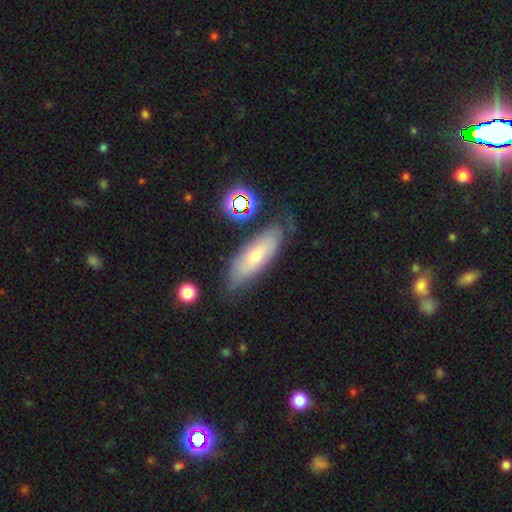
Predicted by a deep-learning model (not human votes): Smooth or featured? Predicted: smooth (p=0.52). How rounded? Predicted: in between (p=0.59). Merging? Predicted: none (p=0.69).